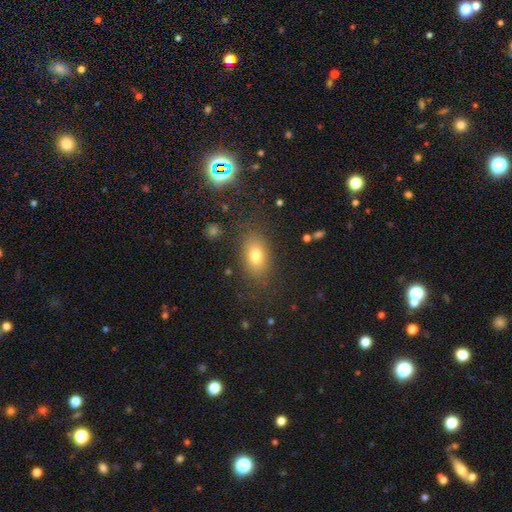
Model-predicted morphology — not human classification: This is likely a smooth galaxy (74%). How rounded: clearly in between (80%). Merging: clearly none (81%).